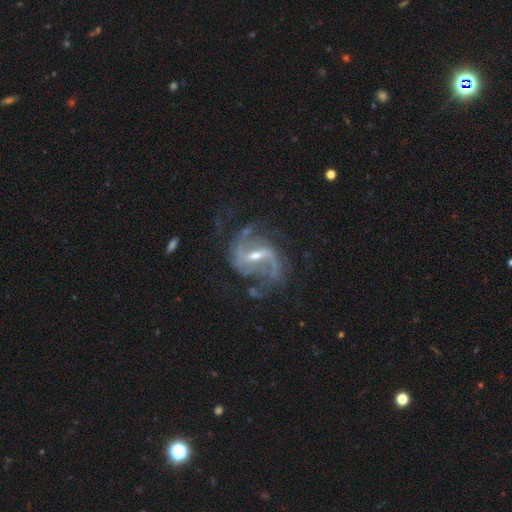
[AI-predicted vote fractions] This is clearly a featured or disk galaxy (90%). It is clearly not viewed edge-on (97%). Bar: possibly strong (47%). Spiral arm pattern: clearly yes (97%). Spiral arm count: likely 2 (80%). Spiral winding: marginally medium (44%, tied with loose). Central bulge: possibly small (48%, tied with moderate). Merging: likely none (61%).